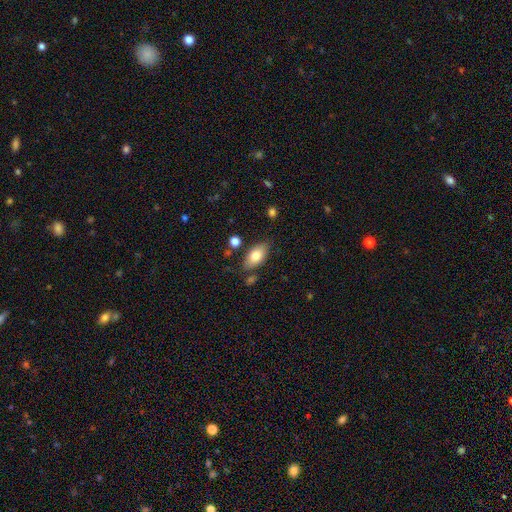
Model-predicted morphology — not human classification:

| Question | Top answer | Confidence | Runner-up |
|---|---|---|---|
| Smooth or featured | smooth | 80% | featured or disk (13%) |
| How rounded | in between | 91% | cigar-shaped (5%) |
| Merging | none | 77% | minor disturbance (15%) |